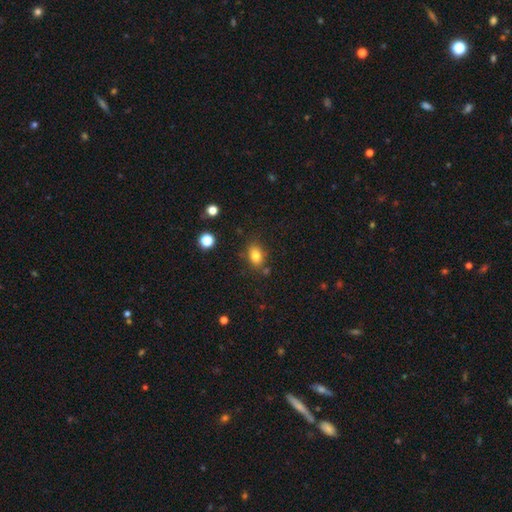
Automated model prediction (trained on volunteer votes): Morphology: type=smooth (81%); roundness=in between (74%); merging=none (75%).